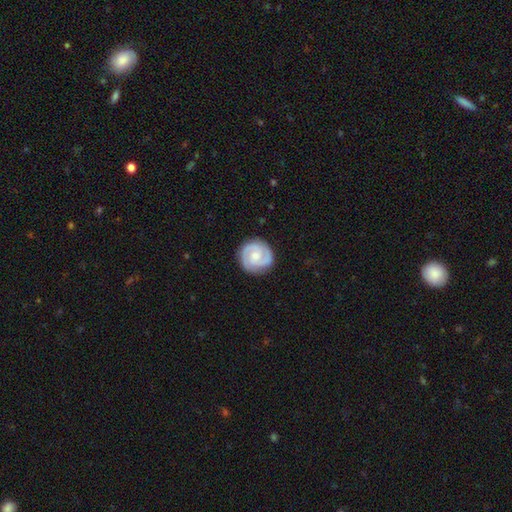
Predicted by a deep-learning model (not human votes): featured or disk 84%, smooth 12%, star or artifact 4%. Down the decision tree: edge-on disk — no (98%); bar — no (60%); spiral arms — yes (97%); spiral arm count — 2 (79%); spiral winding — tight (64%); bulge size — small (50%); merging — none (86%).